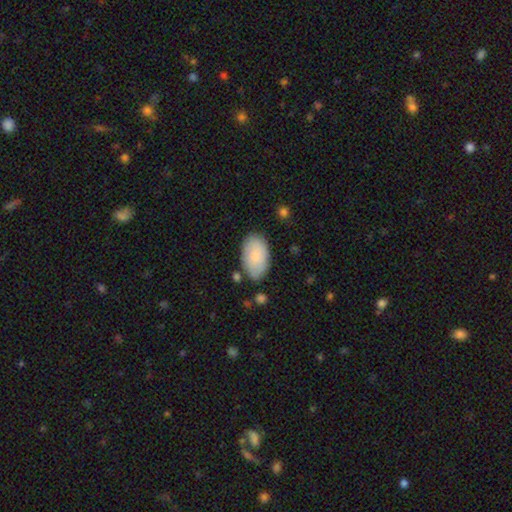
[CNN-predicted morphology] Q: Smooth or featured?
A: smooth (81%); runner-up: featured or disk (13%)
Q: How rounded?
A: in between (94%); runner-up: round (5%)
Q: Merging?
A: none (78%); runner-up: minor disturbance (16%)